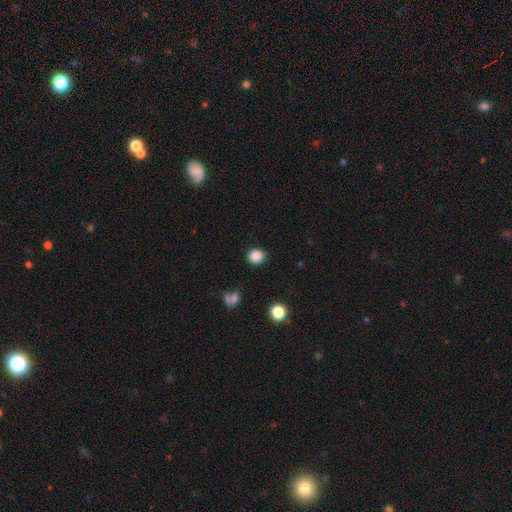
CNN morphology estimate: A smooth galaxy with no disk features (86%) that is round (81%). Merging: none (87%).